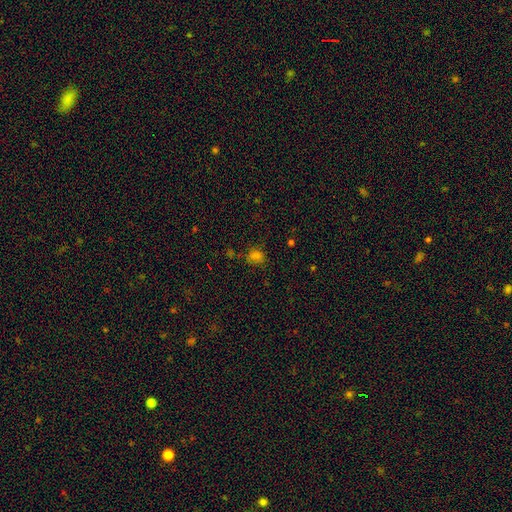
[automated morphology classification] A smooth galaxy with no disk features (71%) that is round (65%).

Vote fractions:
- Smooth or featured? smooth: 71% / star or artifact: 23% / featured or disk: 6%
- How rounded? round: 65% / in between: 34% / cigar-shaped: 1%
- Merging? none: 72% / minor disturbance: 18% / major disturbance: 6% / merger: 4%